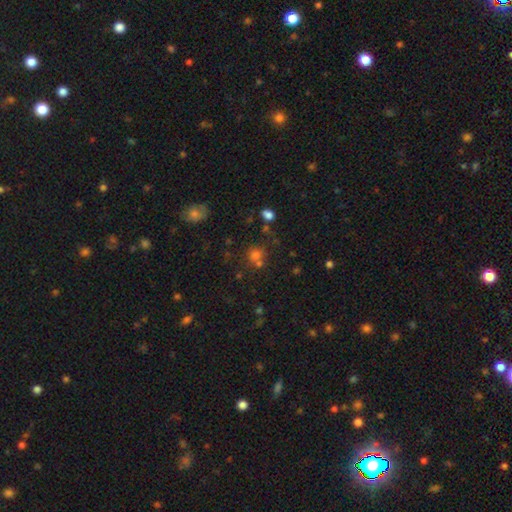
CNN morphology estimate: type=smooth (62%); roundness=round (86%); merging=none (60%).